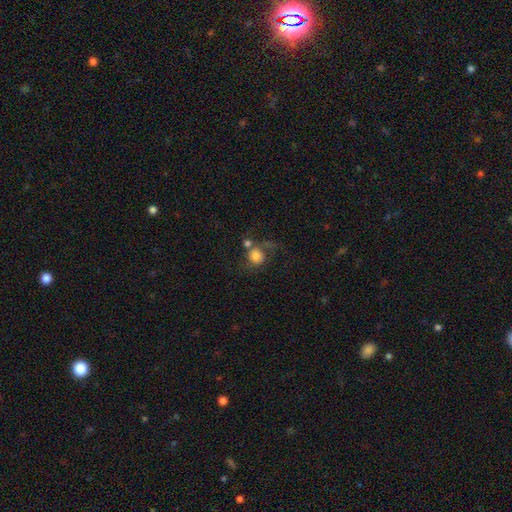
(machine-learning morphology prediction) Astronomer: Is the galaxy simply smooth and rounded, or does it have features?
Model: smooth — 70%.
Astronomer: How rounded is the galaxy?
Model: round — 82%.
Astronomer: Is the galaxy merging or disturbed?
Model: none — 37% (runner-up: merger, 29%).